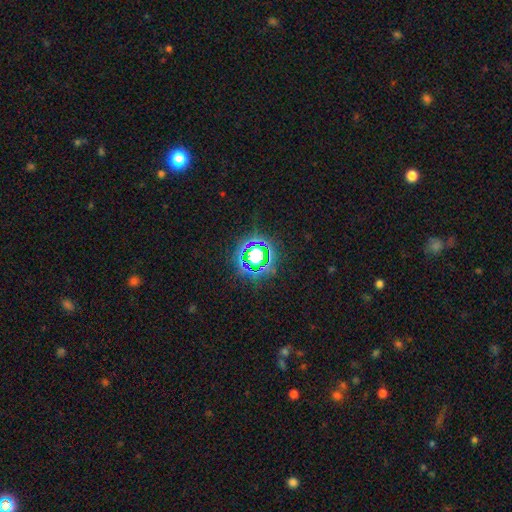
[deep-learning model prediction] This is likely a star or artifact rather than a galaxy (62%).